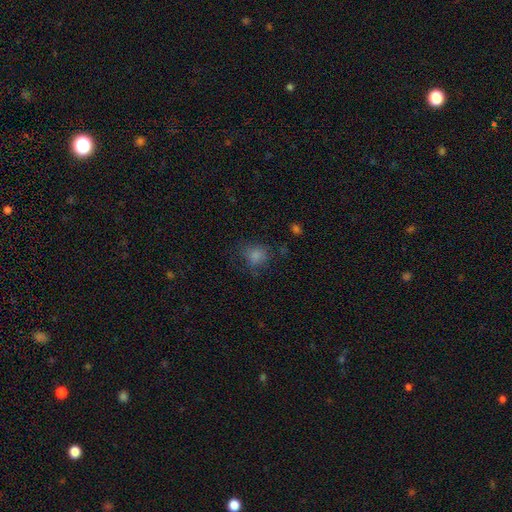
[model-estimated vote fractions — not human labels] Q: Smooth or featured?
A: smooth (79%); runner-up: star or artifact (14%)
Q: How rounded?
A: round (69%); runner-up: in between (30%)
Q: Merging?
A: none (63%); runner-up: minor disturbance (22%)